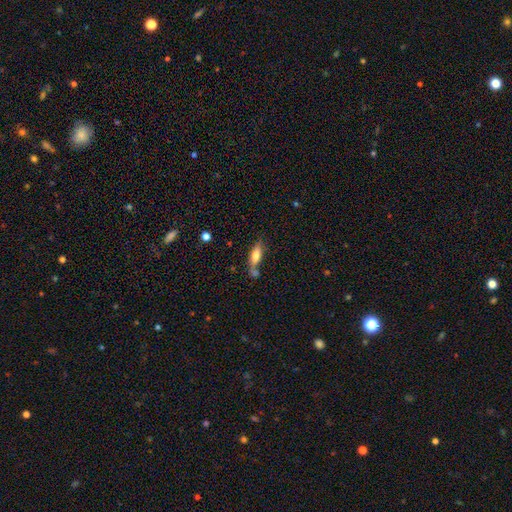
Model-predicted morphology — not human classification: A smooth galaxy with no disk features (72%) that is in between round and cigar-shaped (59%). Merging: none (53%).